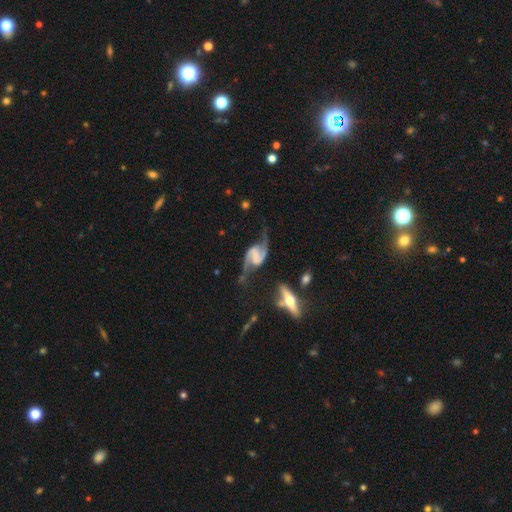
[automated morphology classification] featured or disk 90%, star or artifact 5%, smooth 5%. Down the decision tree: edge-on disk — no (97%); bar — weak (40%); spiral arms — yes (97%); spiral arm count — 2 (94%); spiral winding — loose (59%); bulge size — none (60%); merging — none (66%).